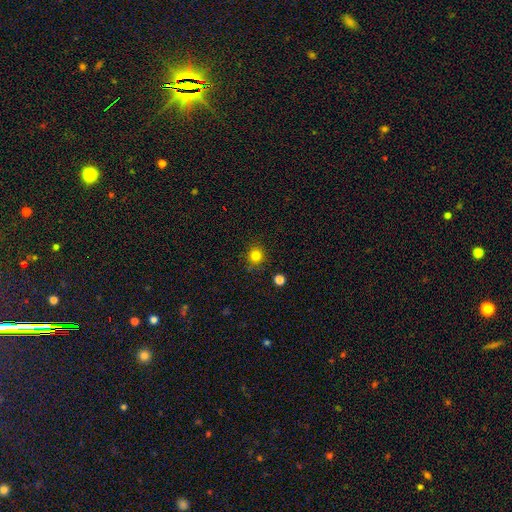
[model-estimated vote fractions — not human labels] A smooth galaxy with no disk features (82%) that is round (92%).

Vote fractions:
- Smooth or featured? smooth: 82% / star or artifact: 13% / featured or disk: 5%
- How rounded? round: 92% / in between: 7% / cigar-shaped: 1%
- Merging? none: 88% / minor disturbance: 8% / major disturbance: 2% / merger: 2%